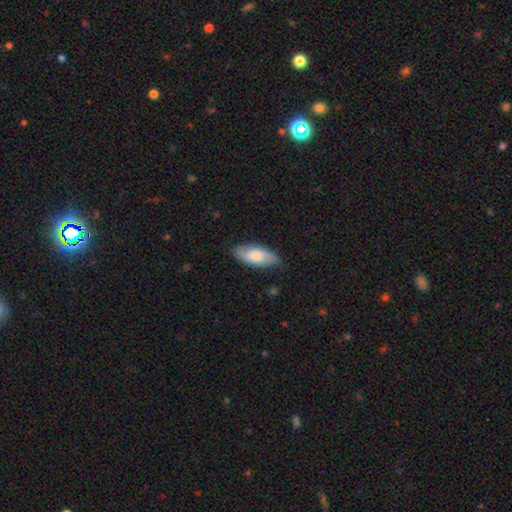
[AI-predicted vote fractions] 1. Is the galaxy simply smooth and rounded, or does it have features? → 66% smooth, 28% featured or disk, 6% star or artifact.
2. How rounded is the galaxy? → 84% in between, 14% cigar-shaped, 2% round.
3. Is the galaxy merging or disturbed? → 78% none, 18% minor disturbance, 3% major disturbance, 1% merger.